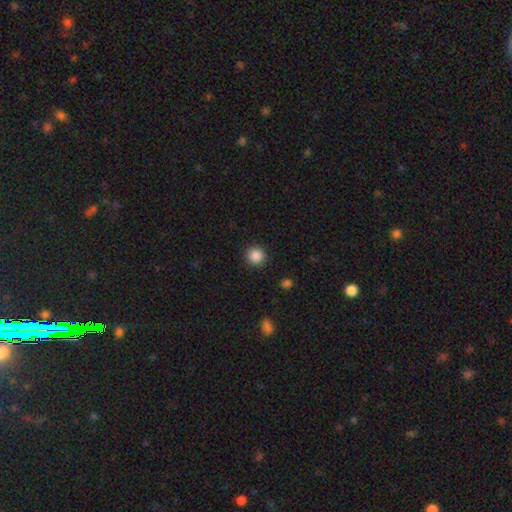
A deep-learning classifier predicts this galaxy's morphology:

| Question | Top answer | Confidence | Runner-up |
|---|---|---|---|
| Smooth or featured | smooth | 87% | star or artifact (10%) |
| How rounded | round | 94% | in between (5%) |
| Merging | none | 92% | minor disturbance (5%) |